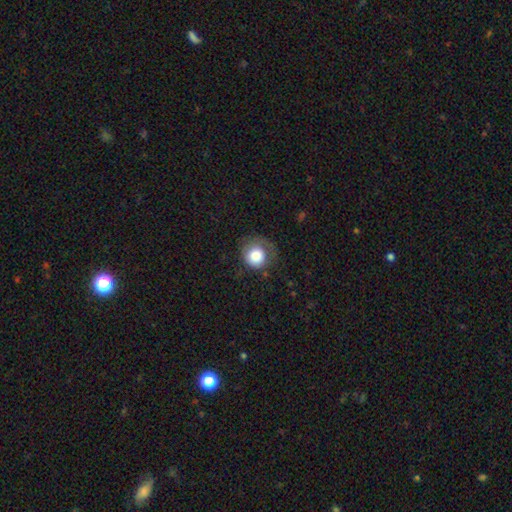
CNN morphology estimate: Overall: smooth (80%). How rounded: round (89%). Merging: none (52%; minor disturbance 26%).